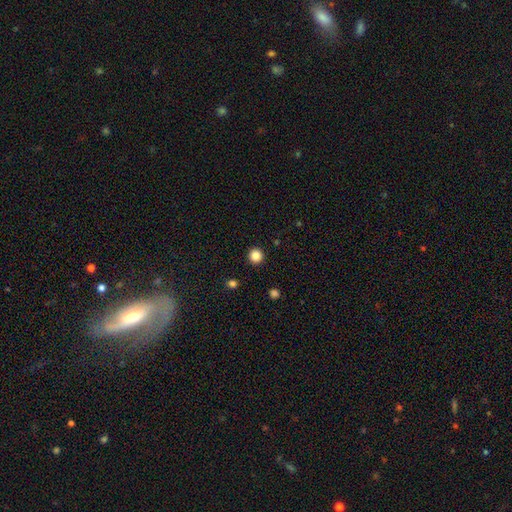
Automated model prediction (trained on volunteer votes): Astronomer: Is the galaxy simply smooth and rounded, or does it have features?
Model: smooth — 85%.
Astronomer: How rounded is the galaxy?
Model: round — 95%.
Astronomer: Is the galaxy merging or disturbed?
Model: none — 93%.